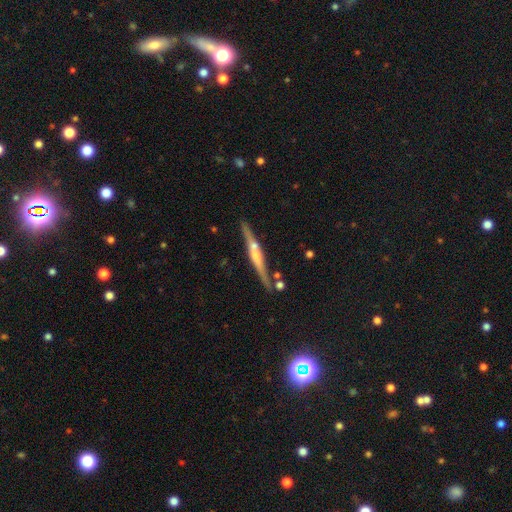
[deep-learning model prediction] Smooth or featured? Predicted: featured or disk (p=0.68). Edge-on disk? Predicted: yes (p=0.96). Edge-on bulge? Predicted: rounded (p=0.52). Merging? Predicted: none (p=0.79).